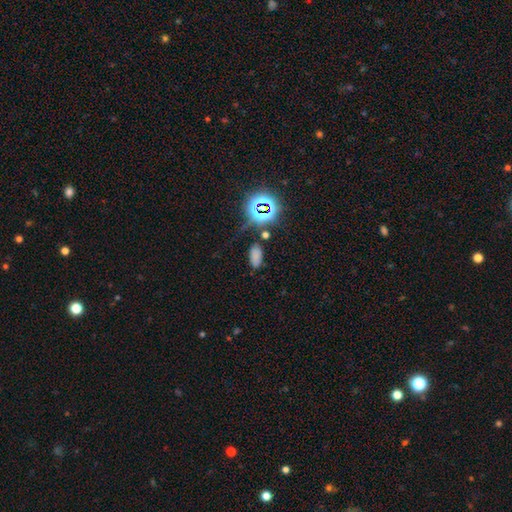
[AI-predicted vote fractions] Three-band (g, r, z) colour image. It shows a smooth galaxy with no disk features (66%) that is in between round and cigar-shaped (90%). Merging: none (78%).